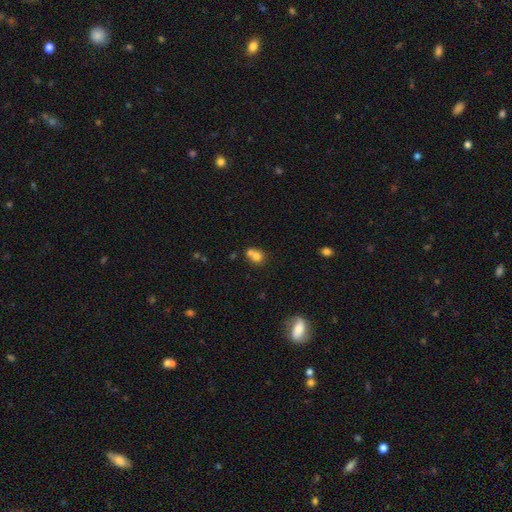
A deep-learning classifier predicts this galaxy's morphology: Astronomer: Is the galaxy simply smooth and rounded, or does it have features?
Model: smooth — 74%.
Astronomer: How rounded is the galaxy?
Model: round — 75%.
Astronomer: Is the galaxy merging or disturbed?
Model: merger — 54% (runner-up: none, 35%).